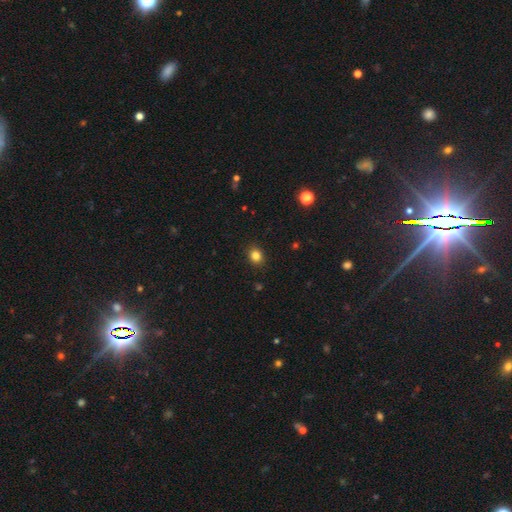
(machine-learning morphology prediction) This appears to be a smooth galaxy with no disk features (83%) that is round (66%). Merging: none (90%).